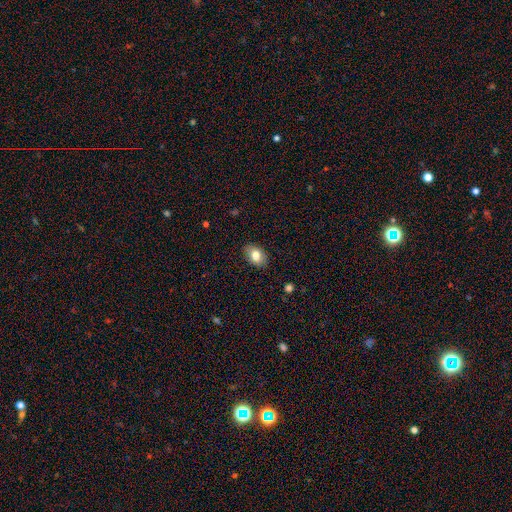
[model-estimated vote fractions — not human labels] Morphology: type=smooth (80%); roundness=in between (83%); merging=none (86%).